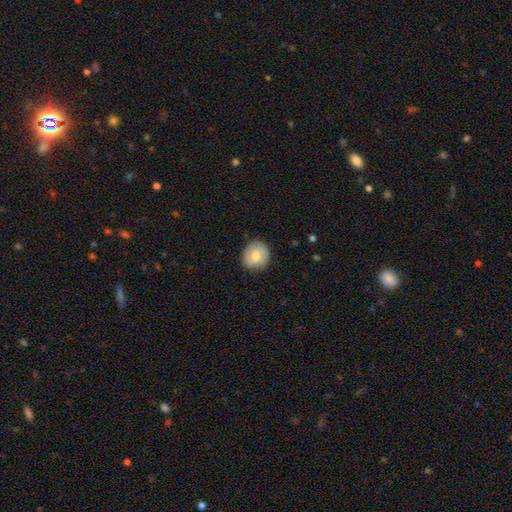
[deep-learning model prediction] Smooth or featured? Predicted: smooth (p=0.66). How rounded? Predicted: round (p=0.78). Merging? Predicted: none (p=0.82).